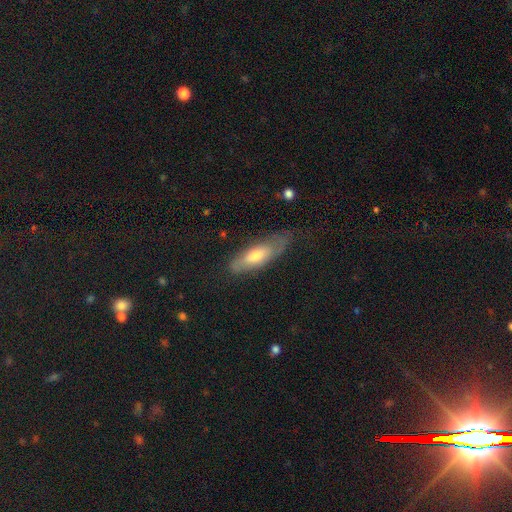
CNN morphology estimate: A smooth galaxy with no disk features (59%) that is in between round and cigar-shaped (56%).

Vote fractions:
- Smooth or featured? smooth: 59% / featured or disk: 35% / star or artifact: 7%
- How rounded? in between: 56% / cigar-shaped: 41% / round: 2%
- Merging? none: 61% / minor disturbance: 27% / major disturbance: 10% / merger: 2%